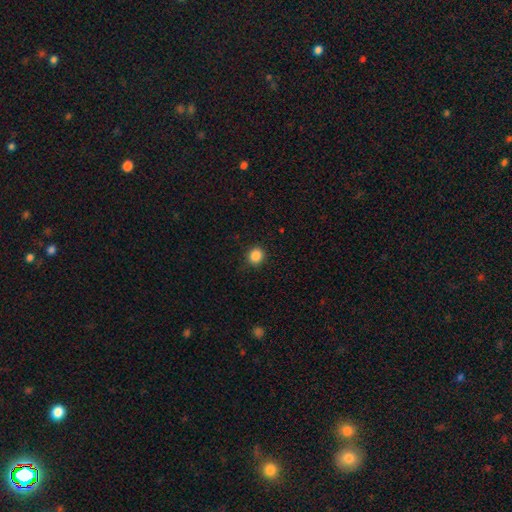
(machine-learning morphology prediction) The model was most divided on "how rounded": round: 85%, in between: 15%, cigar-shaped: 1%. More confident: merging — none (90%); smooth or featured — smooth (86%).